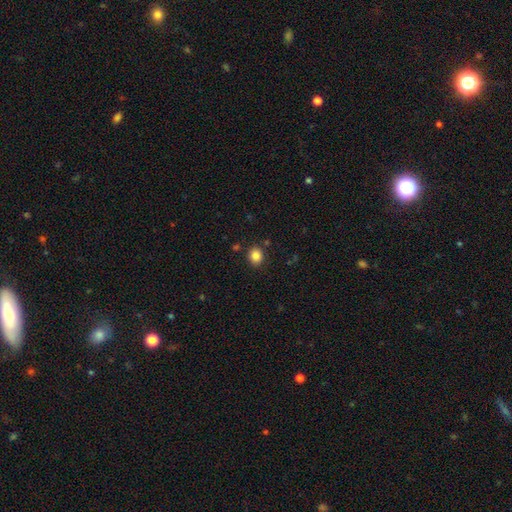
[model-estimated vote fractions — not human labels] A smooth galaxy with no disk features (85%) that is round (69%). Merging: none (87%).